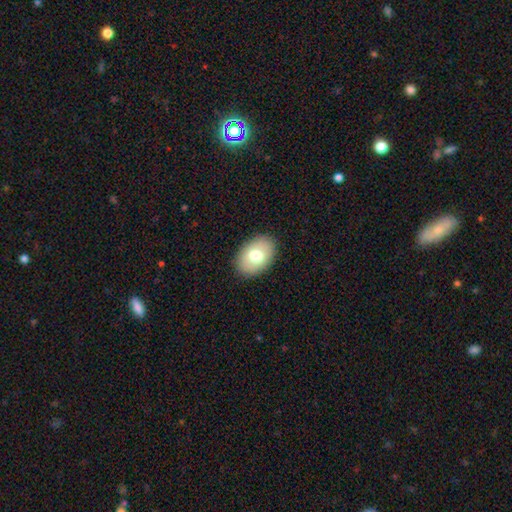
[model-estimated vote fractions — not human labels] smooth-or-featured: smooth: 74% | featured or disk: 18% | star or artifact: 7%
  how-rounded: in between: 84% | round: 15% | cigar-shaped: 1%
  merging: none: 89% | minor disturbance: 8% | major disturbance: 2% | merger: 1%